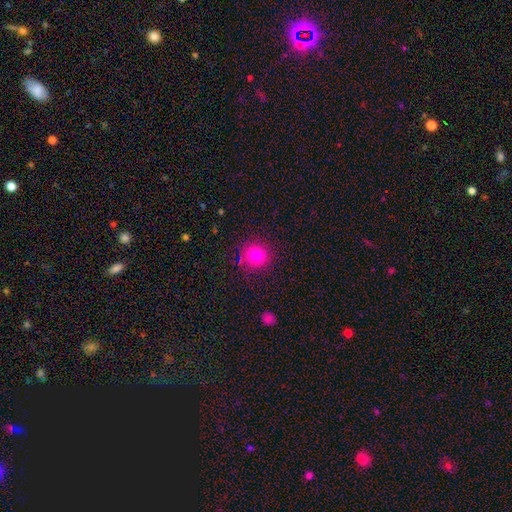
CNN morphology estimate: Smooth or featured? smooth (79%)
How rounded? round (91%)
Merging? none (88%)